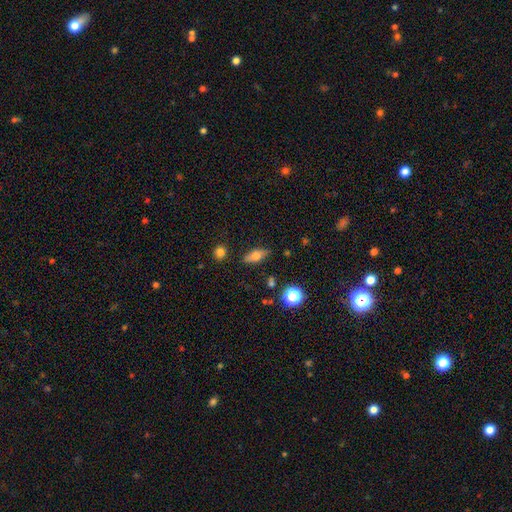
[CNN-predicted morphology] Overall: smooth (66%). How rounded: in between (75%). Merging: none (82%).